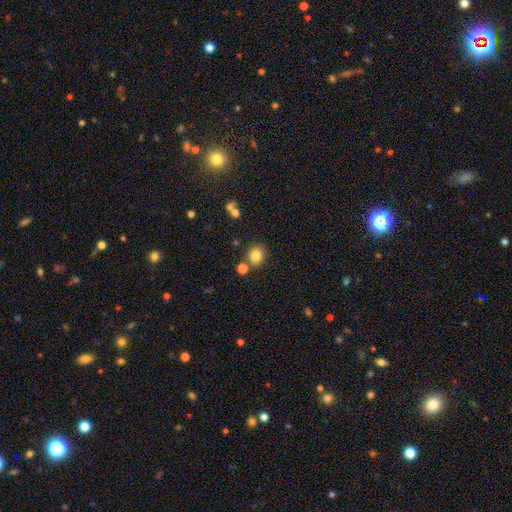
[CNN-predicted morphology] Smooth or featured? Predicted: smooth (p=0.82). How rounded? Predicted: round (p=0.72). Merging? Predicted: none (p=0.76).